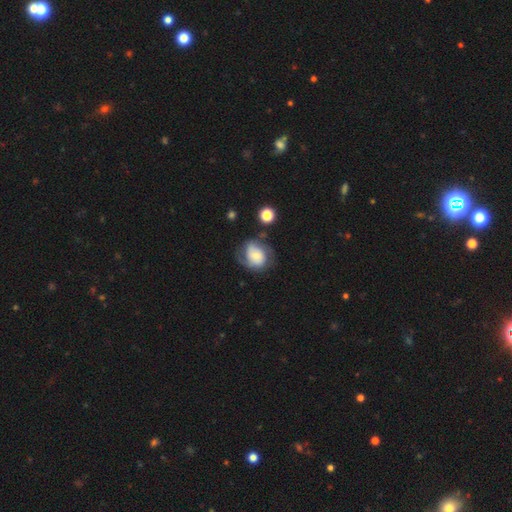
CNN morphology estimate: This is possibly a featured or disk galaxy (54%). It is clearly not viewed edge-on (97%). Bar: likely no (66%). Spiral arm pattern: clearly yes (80%). Central bulge: possibly small (47%). Merging: possibly none (51%).